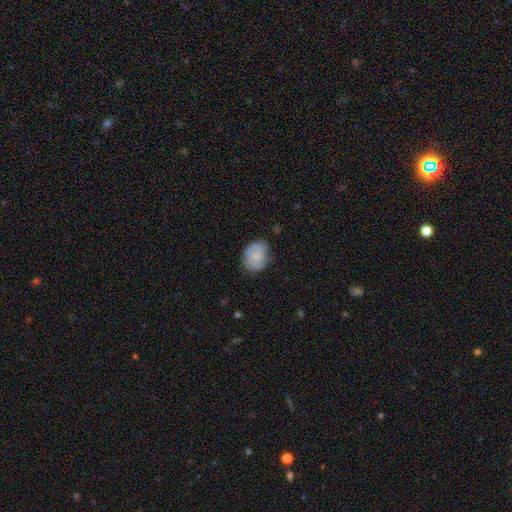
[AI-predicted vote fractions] smooth_or_featured: smooth (p=0.71) [alt: featured or disk p=0.21]
how_rounded: round (p=0.53) [alt: in between p=0.46]
merging: none (p=0.66) [alt: minor disturbance p=0.26]